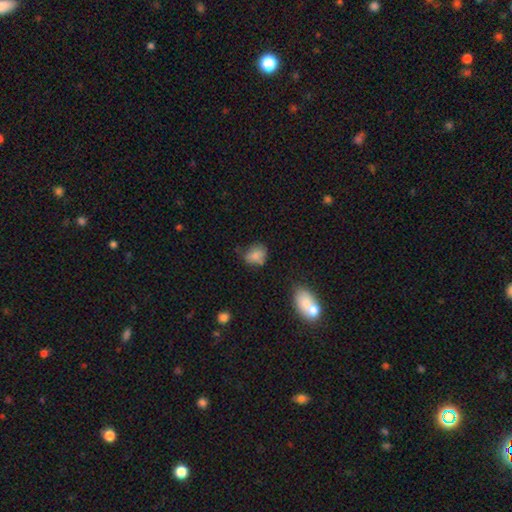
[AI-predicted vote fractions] This is likely a smooth galaxy (79%). How rounded: possibly round (50%). Merging: possibly none (56%).